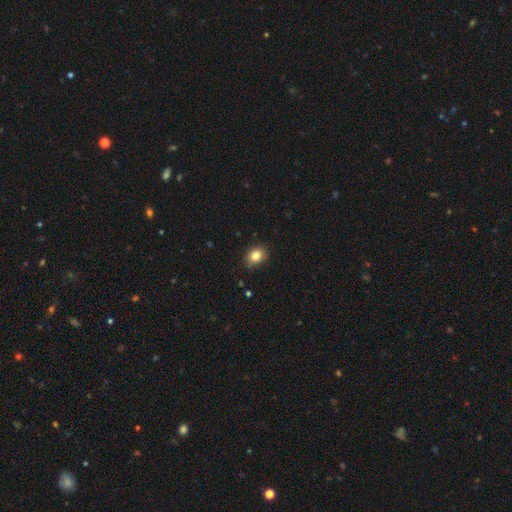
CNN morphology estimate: A smooth galaxy with no disk features (82%) that is round (50%). Merging: none (80%).